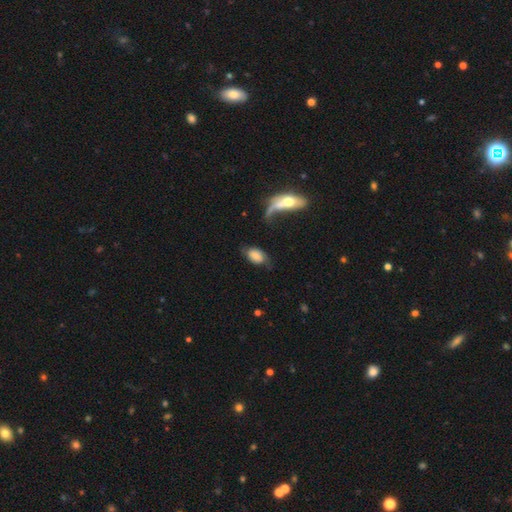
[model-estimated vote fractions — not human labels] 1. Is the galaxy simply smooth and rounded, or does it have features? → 67% smooth, 25% featured or disk, 8% star or artifact.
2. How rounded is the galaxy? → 89% in between, 9% round, 2% cigar-shaped.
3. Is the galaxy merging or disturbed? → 51% none, 24% minor disturbance, 16% major disturbance, 9% merger.